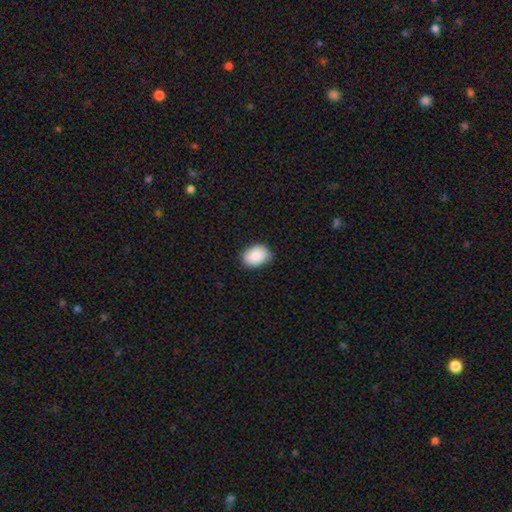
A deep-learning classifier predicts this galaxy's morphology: Q: Smooth or featured?
A: smooth (88%); runner-up: star or artifact (7%)
Q: How rounded?
A: in between (80%); runner-up: round (19%)
Q: Merging?
A: none (79%); runner-up: minor disturbance (18%)